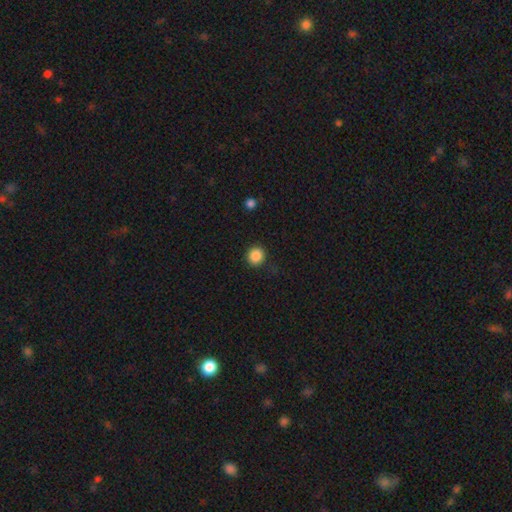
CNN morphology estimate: A smooth galaxy with no disk features (87%) that is round (88%).

Vote fractions:
- Smooth or featured? smooth: 87% / star or artifact: 10% / featured or disk: 3%
- How rounded? round: 88% / in between: 12% / cigar-shaped: 1%
- Merging? none: 87% / minor disturbance: 9% / major disturbance: 3% / merger: 1%